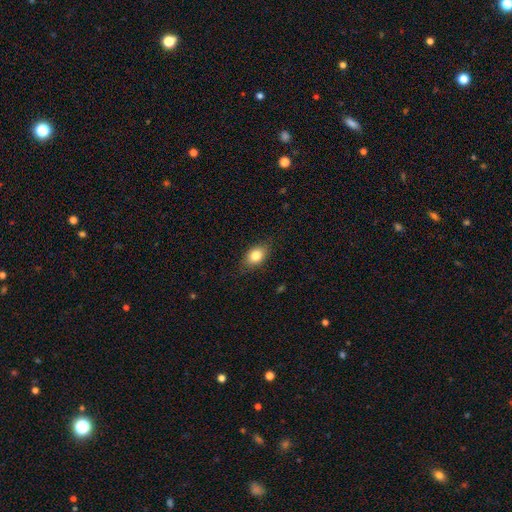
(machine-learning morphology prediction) type=smooth (82%); roundness=in between (79%); merging=none (81%).